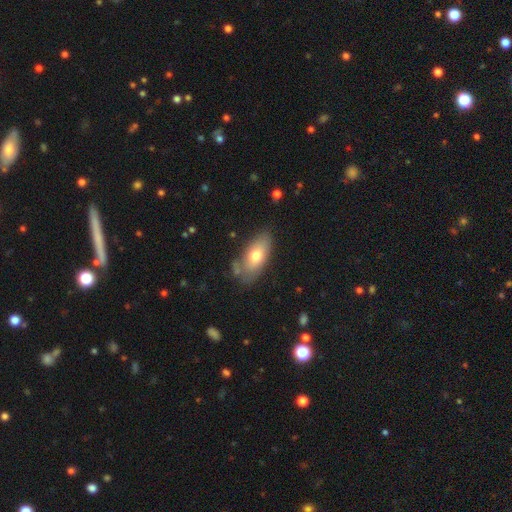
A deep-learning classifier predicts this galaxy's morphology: Q: Smooth or featured?
A: smooth (70%); runner-up: featured or disk (23%)
Q: How rounded?
A: in between (88%); runner-up: cigar-shaped (9%)
Q: Merging?
A: none (70%); runner-up: minor disturbance (20%)